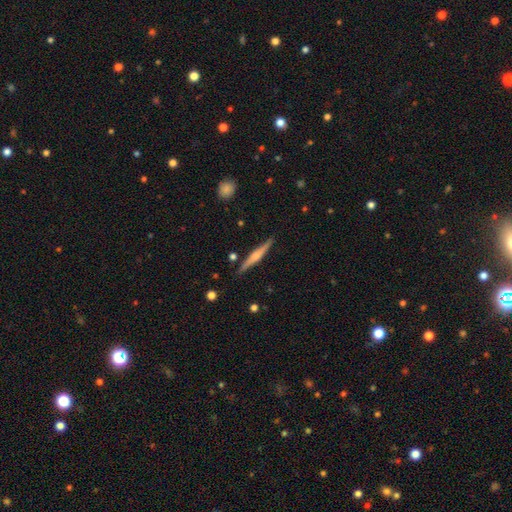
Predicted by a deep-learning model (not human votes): Smooth or featured?
  - featured or disk: 64% *
  - smooth: 31%
  - star or artifact: 6%
Edge-on disk?
  - yes: 98% *
  - no: 2%
Edge-on bulge?
  - rounded: 73% *
  - boxy: 14%
  - none: 13%
Merging?
  - none: 88% *
  - minor disturbance: 8%
  - merger: 2%
  - major disturbance: 2%